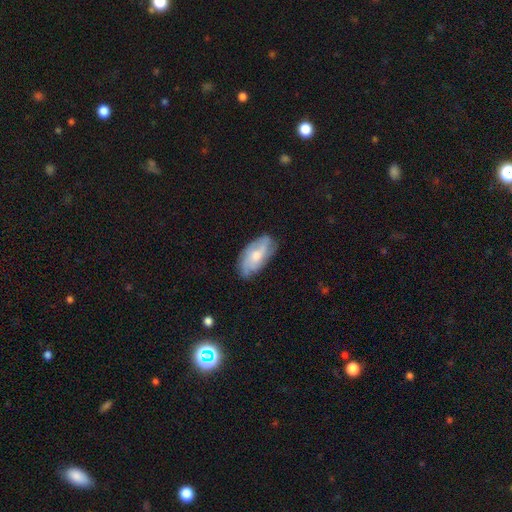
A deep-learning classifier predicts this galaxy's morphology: smooth-or-featured: featured or disk: 53% | smooth: 41% | star or artifact: 6%
  disk-edge-on: no: 91% | yes: 9%
  merging: none: 71% | minor disturbance: 22% | major disturbance: 6% | merger: 1%